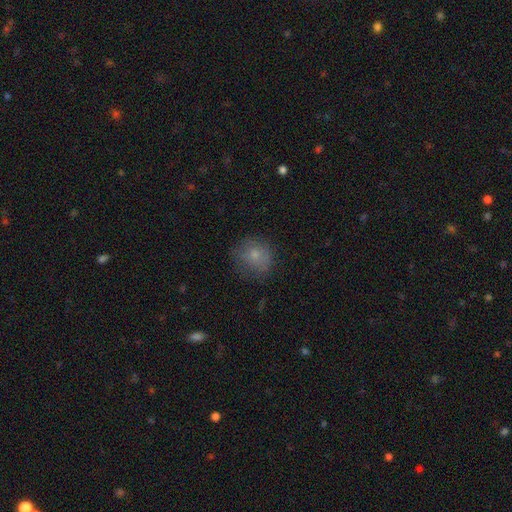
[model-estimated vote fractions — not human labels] The model was most divided on "merging": none: 69%, minor disturbance: 21%, major disturbance: 8%, merger: 1%. More confident: how rounded — round (83%); smooth or featured — smooth (75%).